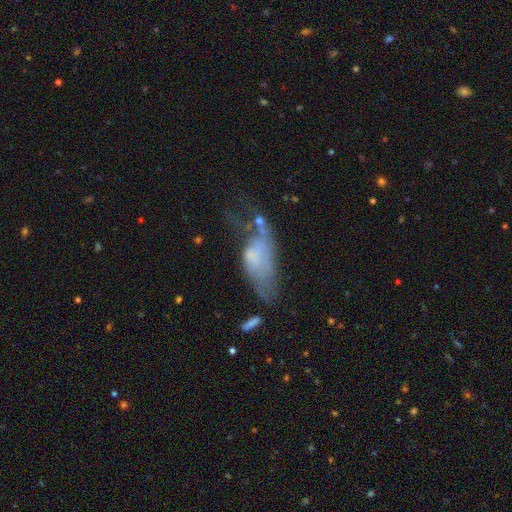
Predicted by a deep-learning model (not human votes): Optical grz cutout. It shows a smooth galaxy with no disk features (45%). Merging: major disturbance (46%).